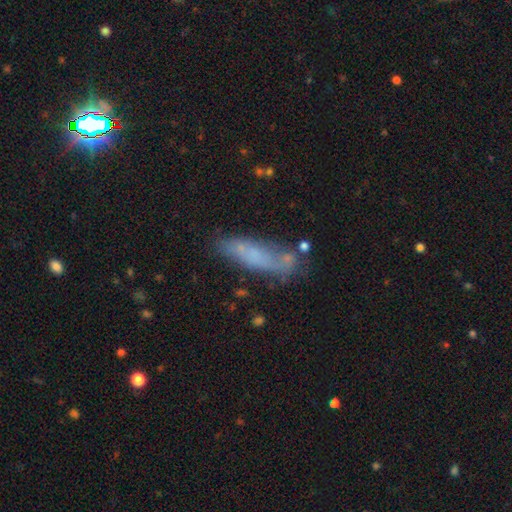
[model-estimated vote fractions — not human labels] A smooth galaxy with no disk features (60%) that is cigar-shaped (63%).

Vote fractions:
- Smooth or featured? smooth: 60% / featured or disk: 30% / star or artifact: 10%
- How rounded? cigar-shaped: 63% / in between: 35% / round: 2%
- Merging? none: 59% / minor disturbance: 23% / major disturbance: 9% / merger: 8%